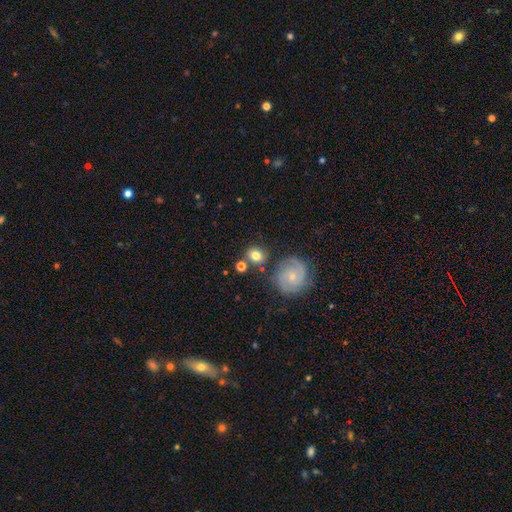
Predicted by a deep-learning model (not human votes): A smooth galaxy with no disk features (69%) that is round (80%). Merging: none (74%).